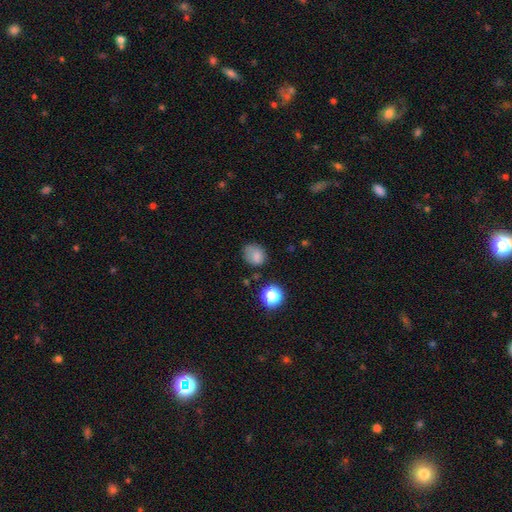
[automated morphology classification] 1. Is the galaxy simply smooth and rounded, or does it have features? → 78% smooth, 14% star or artifact, 8% featured or disk.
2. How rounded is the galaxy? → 57% round, 42% in between, 1% cigar-shaped.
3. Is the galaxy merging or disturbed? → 63% none, 26% minor disturbance, 8% major disturbance, 4% merger.